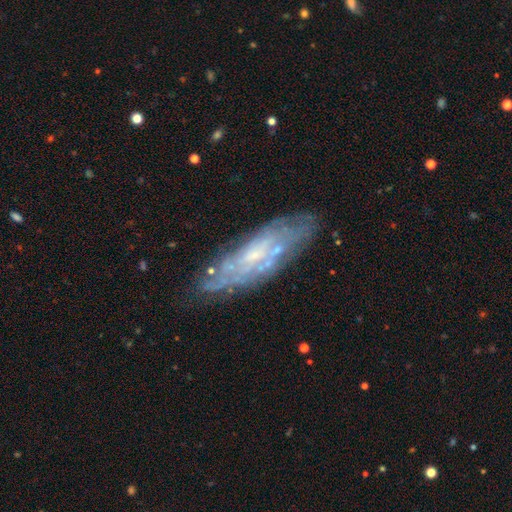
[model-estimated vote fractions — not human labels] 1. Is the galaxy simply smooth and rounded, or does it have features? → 70% featured or disk, 21% smooth, 8% star or artifact.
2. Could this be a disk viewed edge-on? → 75% no, 25% yes.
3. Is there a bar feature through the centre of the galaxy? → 64% no, 29% weak, 7% strong.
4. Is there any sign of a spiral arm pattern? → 66% yes, 34% no.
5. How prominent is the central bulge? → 60% small, 21% moderate, 16% none, 2% large, 1% dominant.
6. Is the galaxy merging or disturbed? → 73% none, 18% minor disturbance, 6% major disturbance, 3% merger.